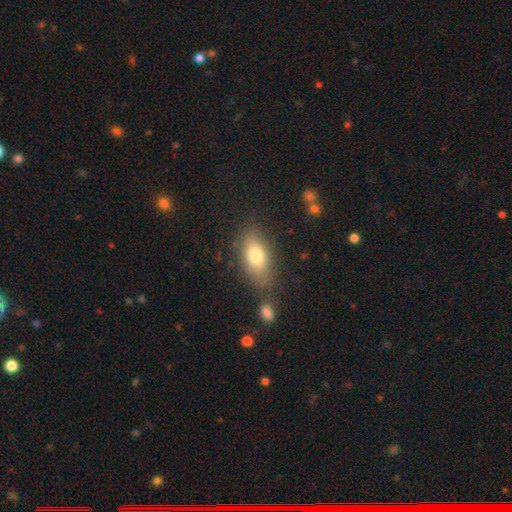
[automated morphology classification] smooth-or-featured: smooth: 76% | featured or disk: 15% | star or artifact: 8%
  how-rounded: in between: 87% | round: 7% | cigar-shaped: 7%
  merging: none: 70% | minor disturbance: 16% | merger: 9% | major disturbance: 5%